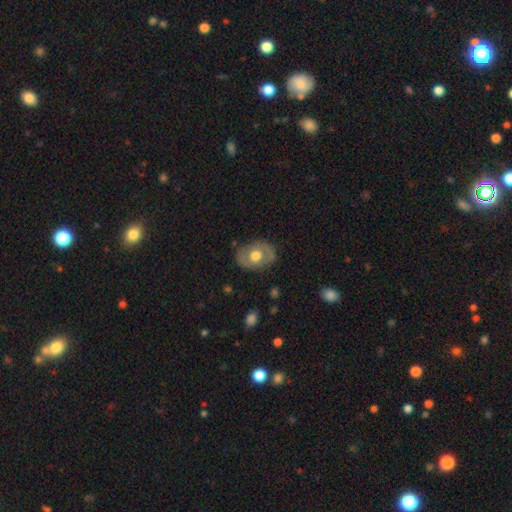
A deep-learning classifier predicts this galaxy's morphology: A smooth galaxy with no disk features (49%). Merging: none (79%).